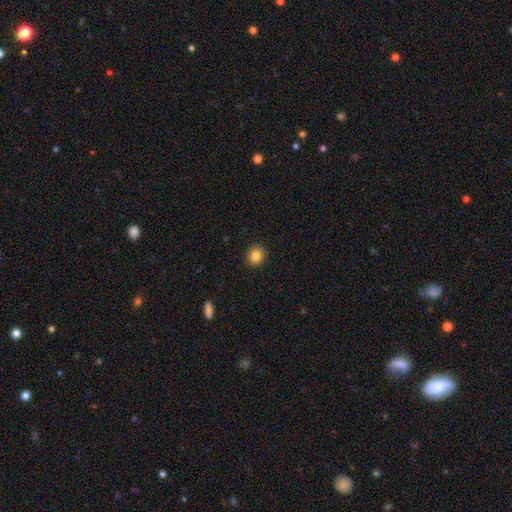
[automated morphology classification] type=smooth (84%); roundness=round (83%); merging=none (92%).